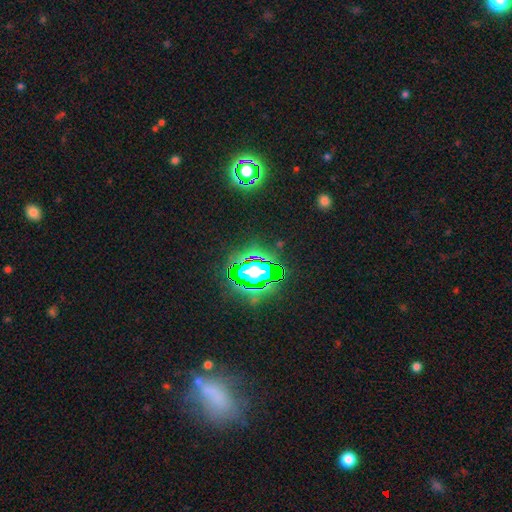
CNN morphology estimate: smooth_or_featured: star or artifact (p=0.68) [alt: smooth p=0.19]